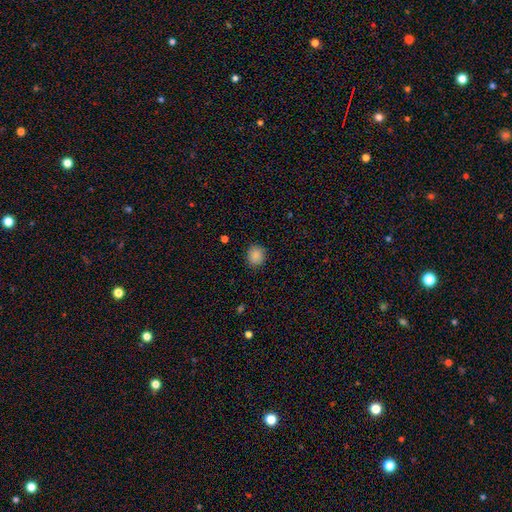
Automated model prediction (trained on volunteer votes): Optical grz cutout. It shows a smooth galaxy with no disk features (88%) that is round (87%). Merging: none (89%).